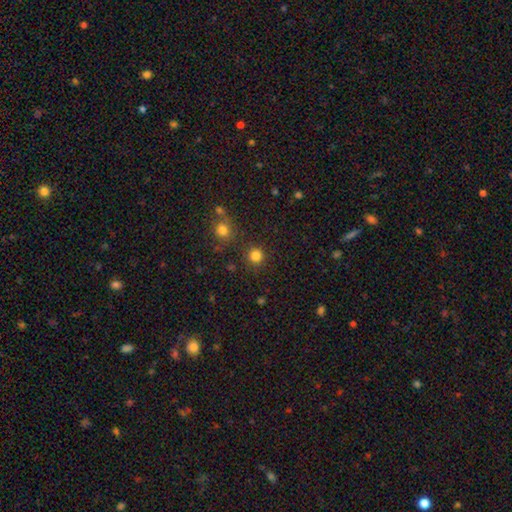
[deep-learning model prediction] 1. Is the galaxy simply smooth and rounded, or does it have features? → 82% smooth, 14% star or artifact, 4% featured or disk.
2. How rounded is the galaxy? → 93% round, 6% in between, 1% cigar-shaped.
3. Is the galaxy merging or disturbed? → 86% none, 6% minor disturbance, 5% merger, 3% major disturbance.